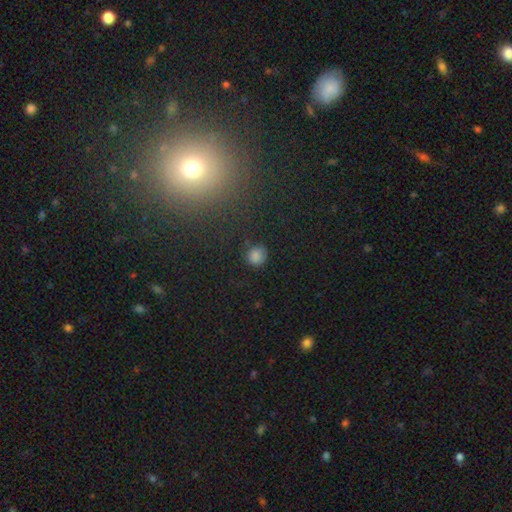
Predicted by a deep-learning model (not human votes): A smooth galaxy with no disk features (80%) that is round (90%). Merging: none (84%).